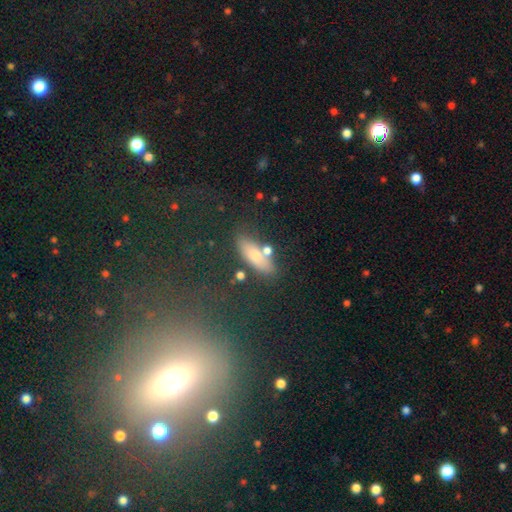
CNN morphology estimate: Smooth or featured: smooth — 71% (featured or disk — 17%)
How rounded: in between — 61% (cigar-shaped — 32%)
Merging: none — 68% (minor disturbance — 14%)